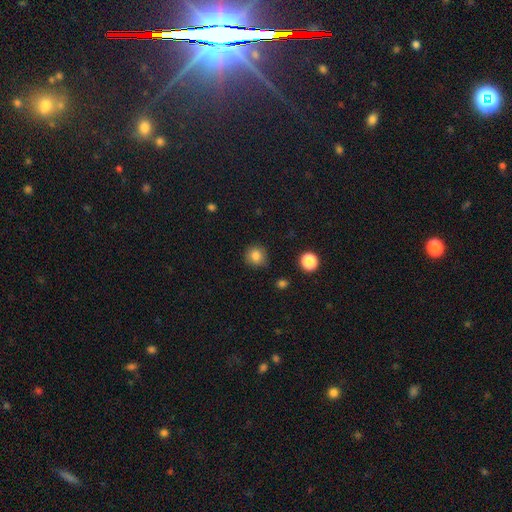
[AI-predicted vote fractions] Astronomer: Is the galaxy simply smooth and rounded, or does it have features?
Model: smooth — 83%.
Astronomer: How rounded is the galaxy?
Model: round — 89%.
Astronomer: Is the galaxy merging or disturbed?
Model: none — 86%.